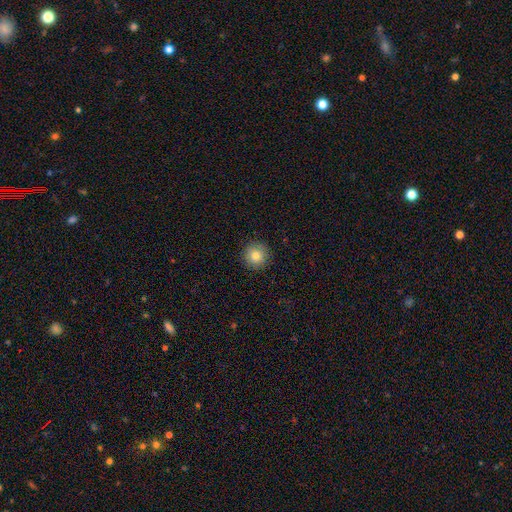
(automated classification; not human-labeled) Overall: smooth (82%). How rounded: round (95%). Merging: none (91%).